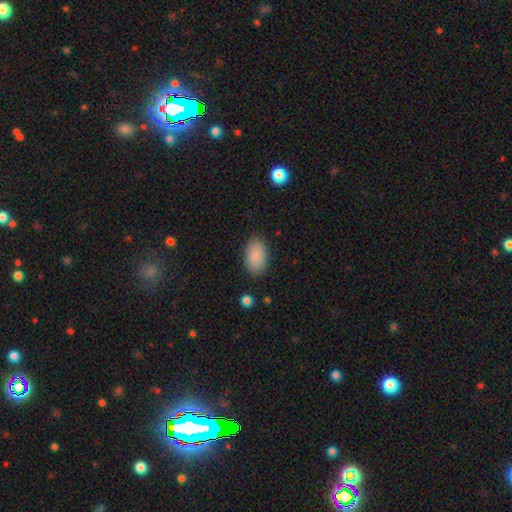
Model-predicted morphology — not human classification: The model was most divided on "merging": none: 86%, minor disturbance: 10%, major disturbance: 3%, merger: 1%. More confident: how rounded — in between (94%); smooth or featured — smooth (89%).